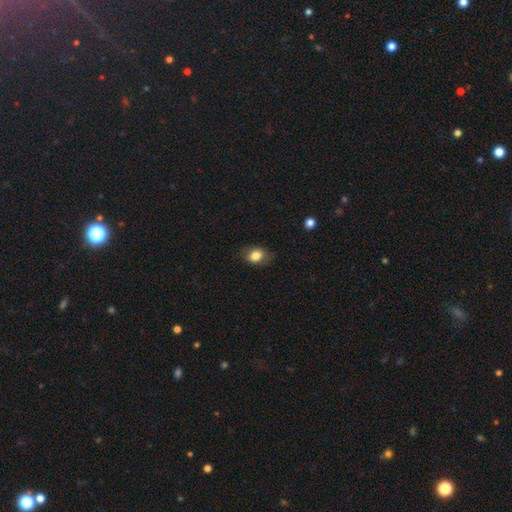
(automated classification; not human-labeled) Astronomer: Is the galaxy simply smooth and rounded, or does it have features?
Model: smooth — 81%.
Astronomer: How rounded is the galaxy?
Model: in between — 69%.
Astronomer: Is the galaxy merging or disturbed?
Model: none — 77%.